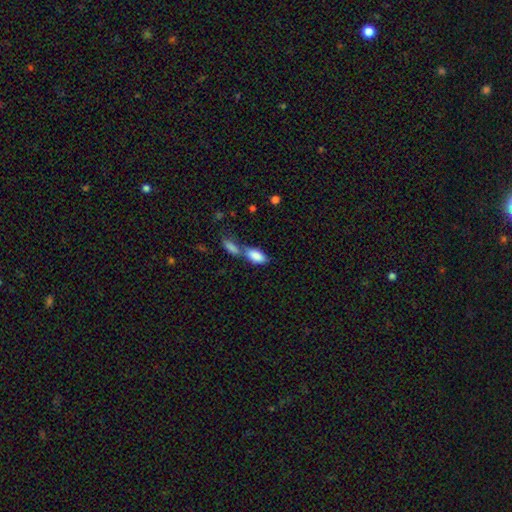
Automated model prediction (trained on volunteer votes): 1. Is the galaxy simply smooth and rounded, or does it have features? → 85% smooth, 8% featured or disk, 7% star or artifact.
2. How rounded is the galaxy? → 90% in between, 8% cigar-shaped, 2% round.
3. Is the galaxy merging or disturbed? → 54% merger, 32% none, 9% minor disturbance, 4% major disturbance.